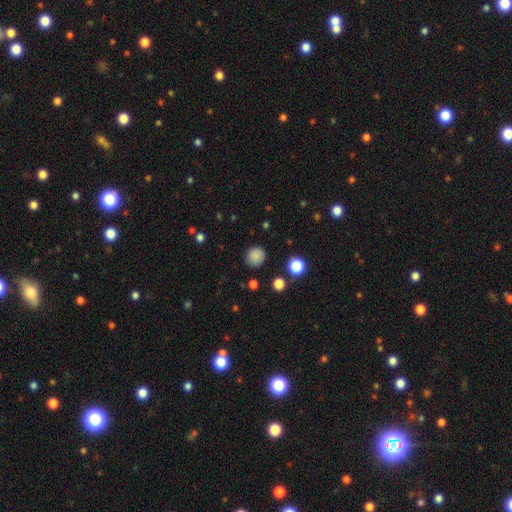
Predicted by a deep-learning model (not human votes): Q: Smooth or featured?
A: smooth (85%); runner-up: star or artifact (11%)
Q: How rounded?
A: round (93%); runner-up: in between (6%)
Q: Merging?
A: none (87%); runner-up: minor disturbance (9%)